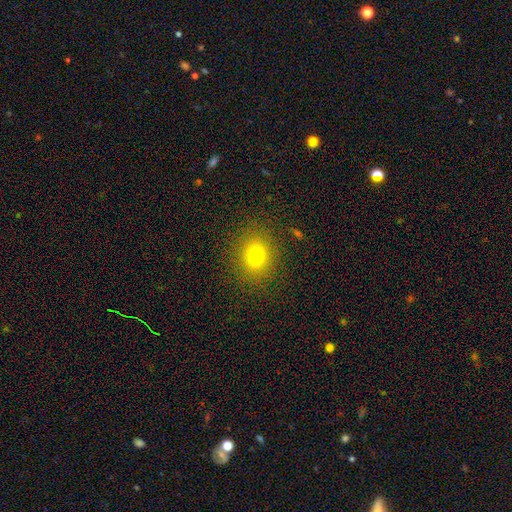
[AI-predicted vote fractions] A smooth galaxy with no disk features (76%) that is round (67%). Merging: none (88%).